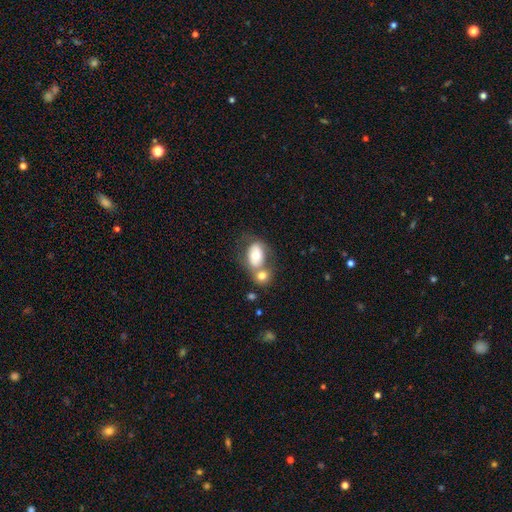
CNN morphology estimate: smooth_or_featured: smooth (p=0.68) [alt: featured or disk p=0.25]
how_rounded: in between (p=0.81) [alt: round p=0.18]
merging: merger (p=0.50) [alt: none p=0.33]